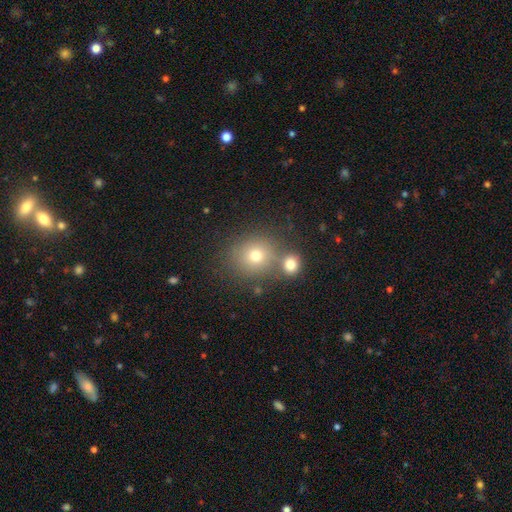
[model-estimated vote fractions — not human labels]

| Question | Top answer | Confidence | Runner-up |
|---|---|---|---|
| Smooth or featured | smooth | 73% | star or artifact (15%) |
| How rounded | round | 83% | in between (16%) |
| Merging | none | 61% | merger (27%) |